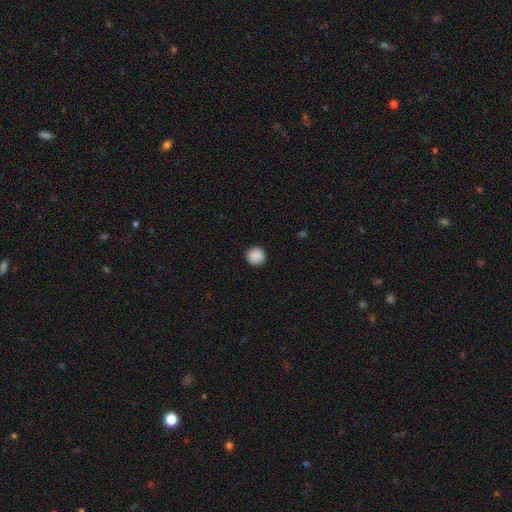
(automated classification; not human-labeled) Overall: smooth (89%). How rounded: round (95%). Merging: none (91%).